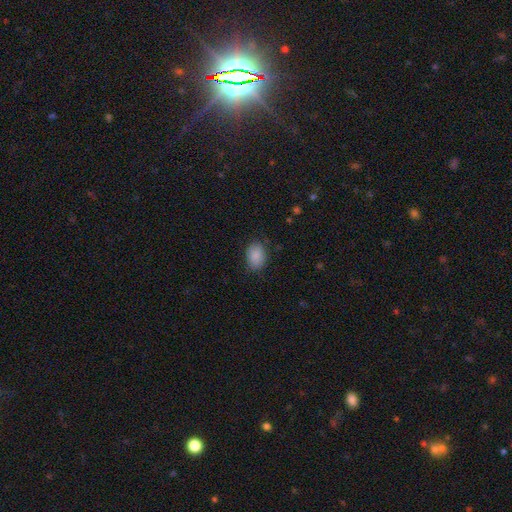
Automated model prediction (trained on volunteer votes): This appears to be a smooth galaxy with no disk features (88%) that is in between round and cigar-shaped (76%). Merging: none (80%).